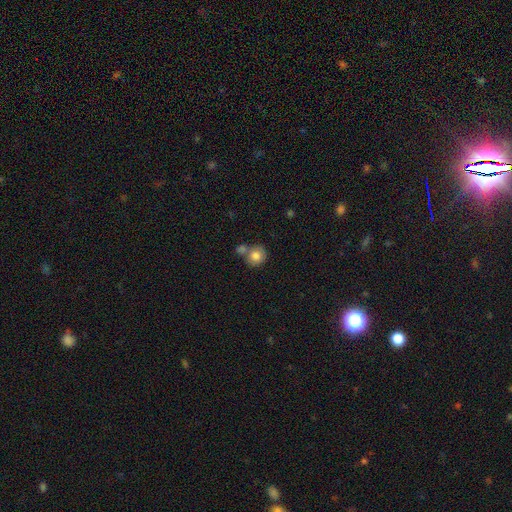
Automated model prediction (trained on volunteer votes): Morphology: type=smooth (81%); roundness=round (82%); merging=none (47%).